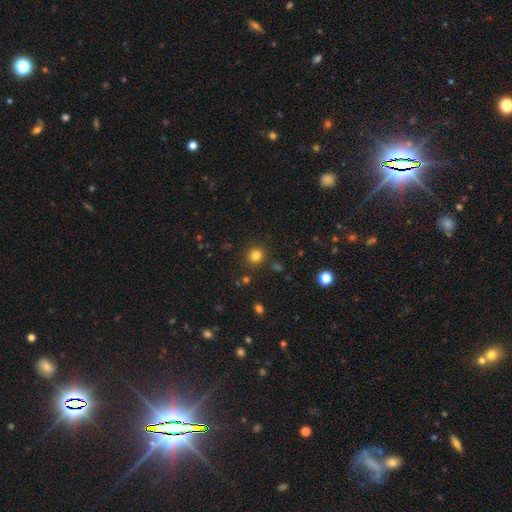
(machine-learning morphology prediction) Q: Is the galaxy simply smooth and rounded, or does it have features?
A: smooth — 80%.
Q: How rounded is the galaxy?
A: round — 92%.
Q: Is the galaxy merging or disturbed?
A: none — 88%.